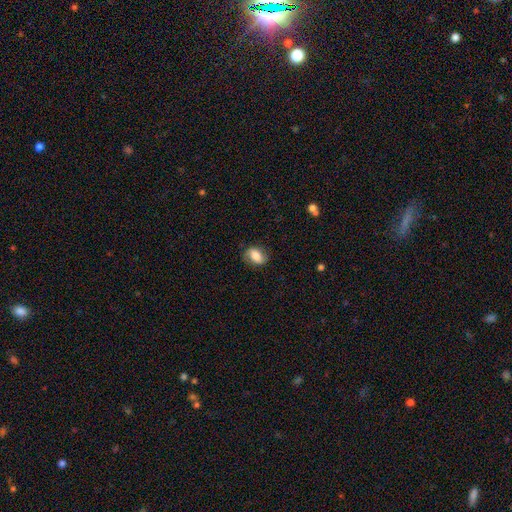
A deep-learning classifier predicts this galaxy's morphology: The model was most divided on "smooth or featured": smooth: 66%, featured or disk: 26%, star or artifact: 8%. More confident: merging — none (78%); how rounded — in between (75%).